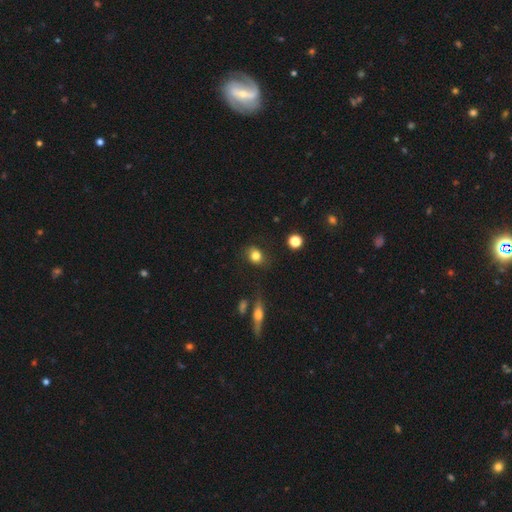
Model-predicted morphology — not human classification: Smooth or featured? Predicted: smooth (p=0.81). How rounded? Predicted: round (p=0.53). Merging? Predicted: none (p=0.75).